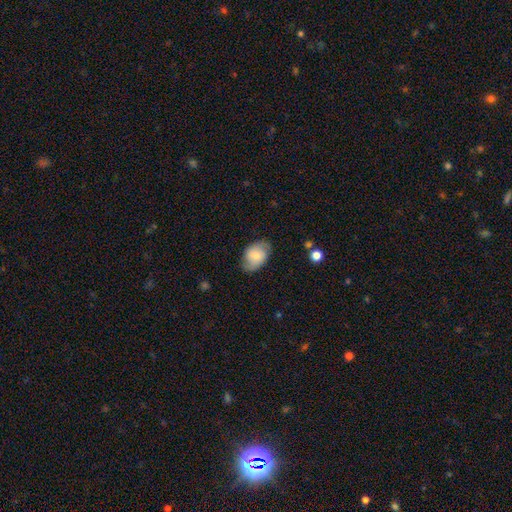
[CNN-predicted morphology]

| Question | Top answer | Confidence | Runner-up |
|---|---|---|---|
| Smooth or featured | smooth | 60% | featured or disk (33%) |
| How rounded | in between | 82% | round (17%) |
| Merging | none | 74% | minor disturbance (20%) |